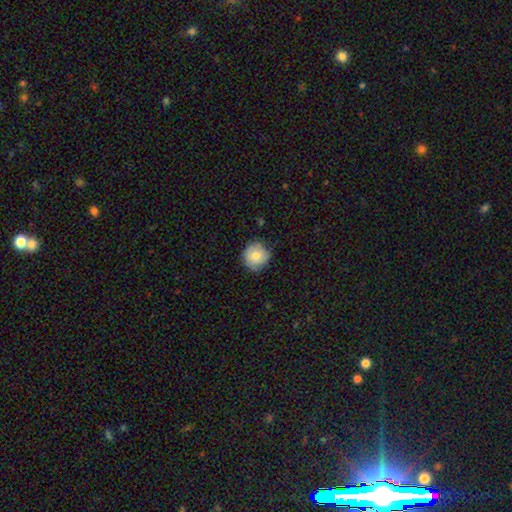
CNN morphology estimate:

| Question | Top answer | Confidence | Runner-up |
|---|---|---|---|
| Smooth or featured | smooth | 76% | featured or disk (16%) |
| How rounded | round | 92% | in between (7%) |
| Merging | none | 79% | minor disturbance (17%) |